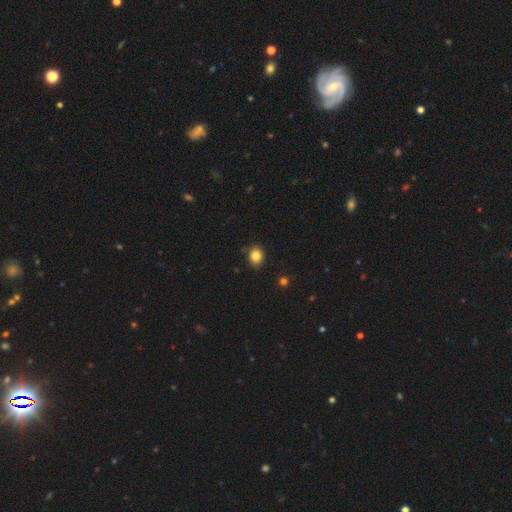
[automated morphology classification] This is clearly a smooth galaxy (84%). How rounded: possibly round (57%). Merging: clearly none (85%).